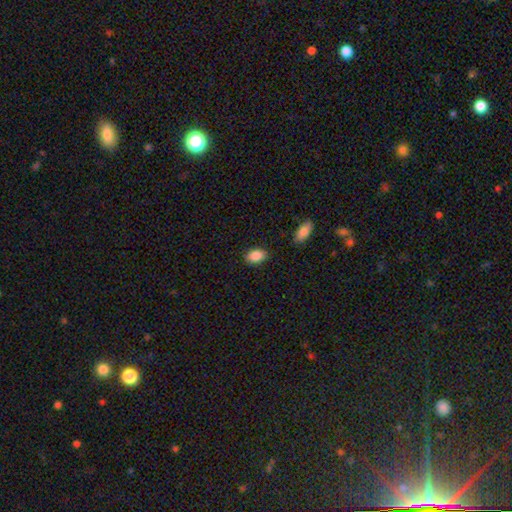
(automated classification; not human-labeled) A smooth galaxy with no disk features (89%) that is in between round and cigar-shaped (87%). Merging: none (85%).